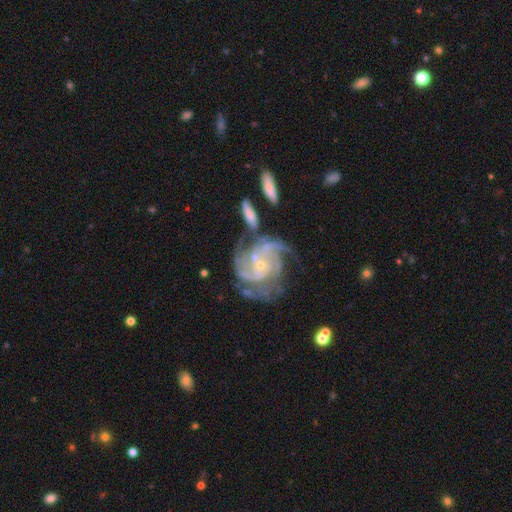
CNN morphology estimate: The model was most divided on "spiral winding": tight: 50%, medium: 41%, loose: 9%. Remaining: edge-on disk — no (98%); spiral arms — yes (97%); smooth or featured — featured or disk (90%); bulge size — small (79%); bar — no (64%); merging — none (54%); spiral arm count — 3 (32%).